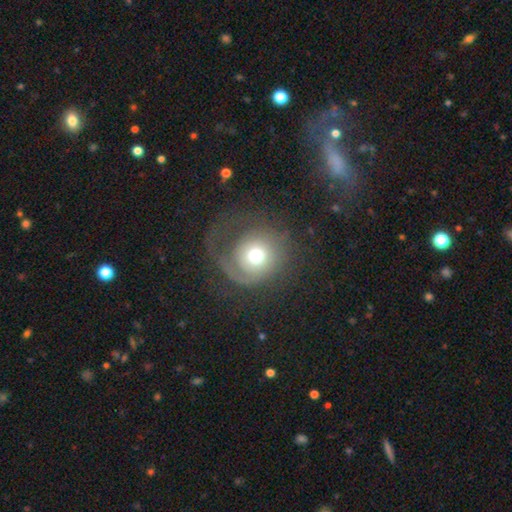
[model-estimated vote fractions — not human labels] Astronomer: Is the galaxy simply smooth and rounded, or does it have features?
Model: smooth — 46% (runner-up: featured or disk, 43%).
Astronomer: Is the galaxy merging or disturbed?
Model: none — 49% (runner-up: major disturbance, 34%).